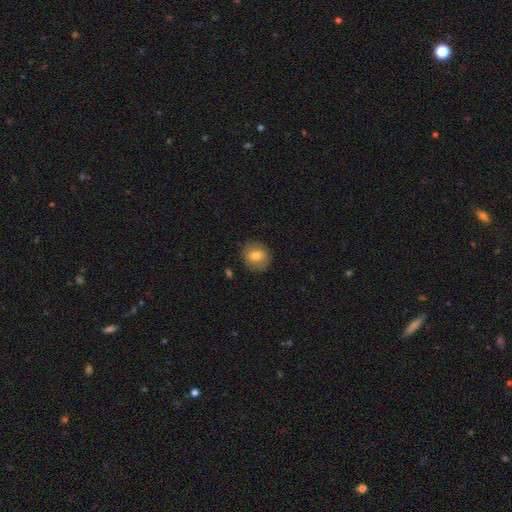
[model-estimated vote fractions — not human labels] smooth-or-featured: smooth: 75% | featured or disk: 16% | star or artifact: 9%
  how-rounded: round: 82% | in between: 17% | cigar-shaped: 1%
  merging: none: 86% | minor disturbance: 10% | major disturbance: 3% | merger: 1%